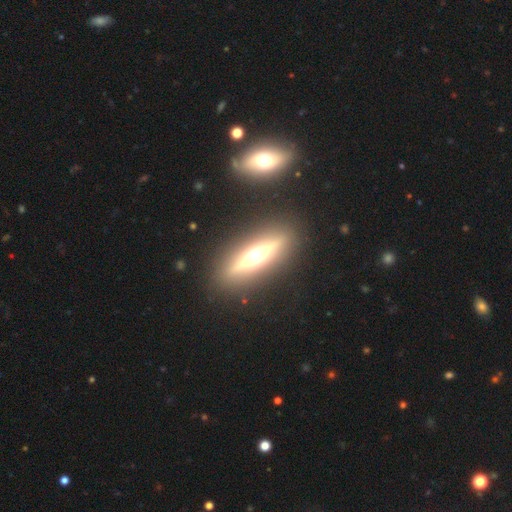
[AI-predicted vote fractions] Smooth or featured?
  - featured or disk: 71% *
  - smooth: 21%
  - star or artifact: 8%
Edge-on disk?
  - yes: 94% *
  - no: 6%
Edge-on bulge?
  - rounded: 94% *
  - boxy: 4%
  - none: 2%
Merging?
  - none: 88% *
  - minor disturbance: 7%
  - major disturbance: 3%
  - merger: 2%